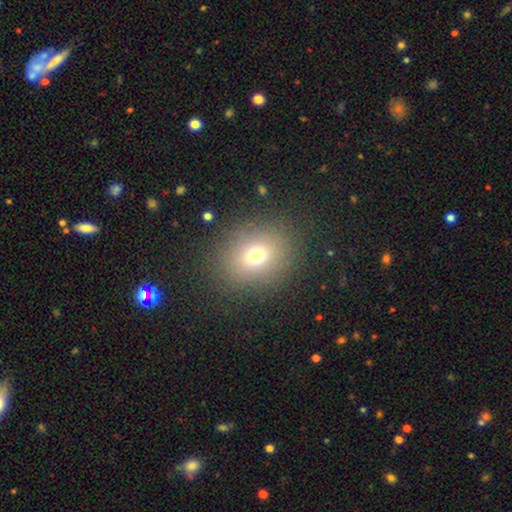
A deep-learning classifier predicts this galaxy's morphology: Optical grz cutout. It shows a smooth galaxy with no disk features (71%) that is round (64%). Merging: none (85%).